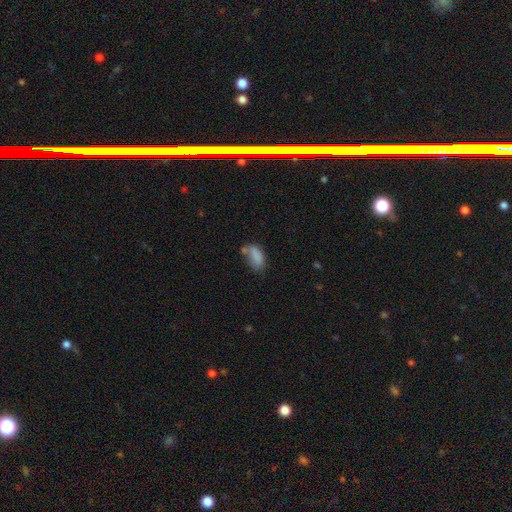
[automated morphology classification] This is clearly a smooth galaxy (81%). How rounded: clearly in between (91%). Merging: marginally none (42%).